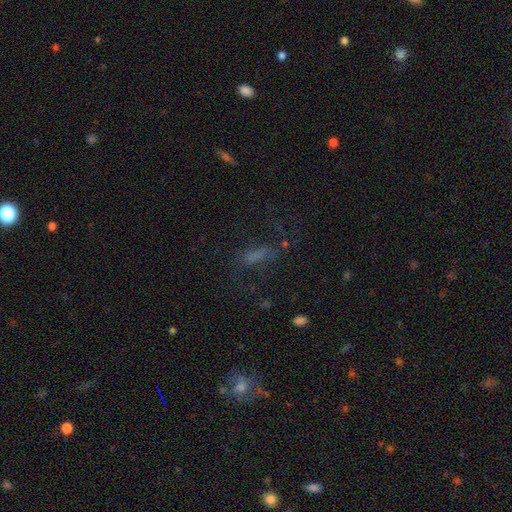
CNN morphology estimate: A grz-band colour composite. It shows a smooth galaxy with no disk features (44%). Merging: none (48%).